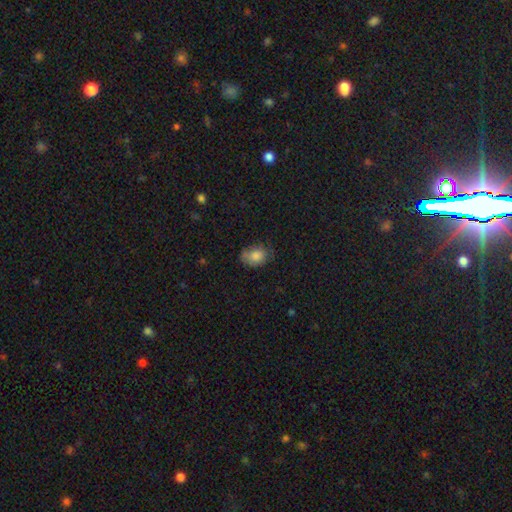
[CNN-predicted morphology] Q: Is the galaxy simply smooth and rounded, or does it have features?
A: smooth — 82%.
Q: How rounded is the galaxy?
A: in between — 71%.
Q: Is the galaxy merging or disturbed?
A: none — 59%.